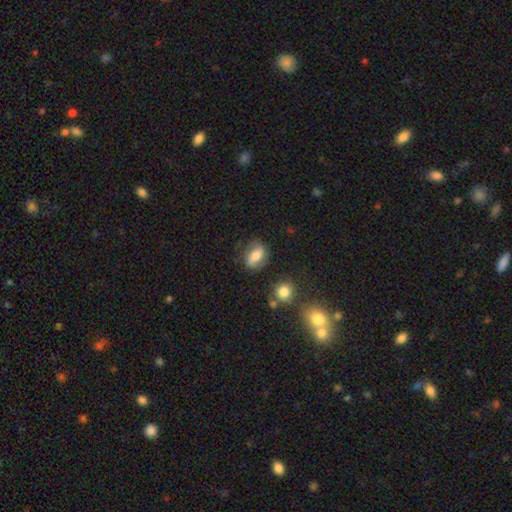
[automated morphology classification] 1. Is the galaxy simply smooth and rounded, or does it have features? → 62% smooth, 30% featured or disk, 9% star or artifact.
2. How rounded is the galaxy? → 76% in between, 18% round, 6% cigar-shaped.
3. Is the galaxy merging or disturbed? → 72% none, 18% minor disturbance, 6% major disturbance, 3% merger.